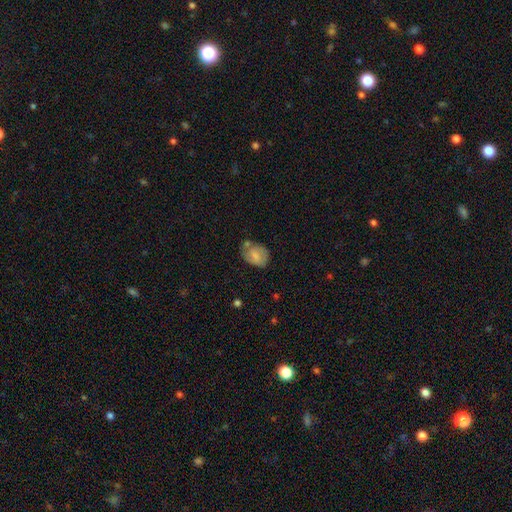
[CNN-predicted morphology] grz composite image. It shows a smooth galaxy with no disk features (55%) that is in between round and cigar-shaped (75%). Merging: none (52%).